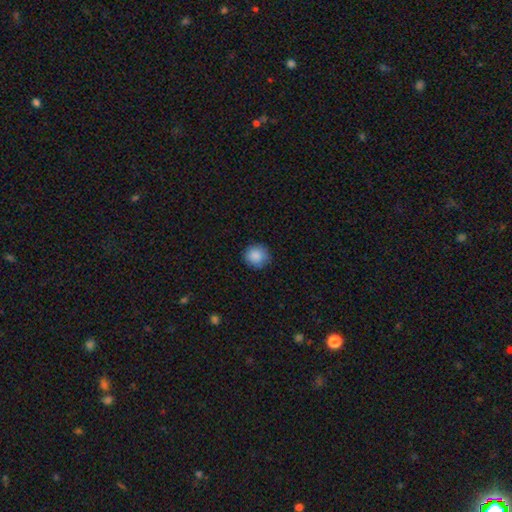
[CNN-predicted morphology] Smooth or featured: smooth — 88% (star or artifact — 8%)
How rounded: round — 90% (in between — 9%)
Merging: none — 85% (minor disturbance — 11%)